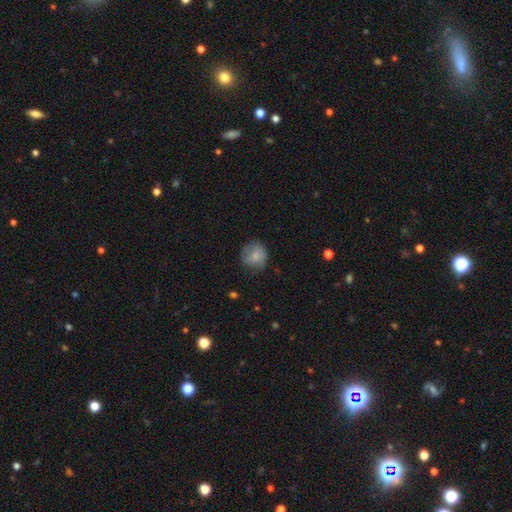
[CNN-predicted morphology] A smooth galaxy with no disk features (78%) that is round (82%). Merging: none (63%).